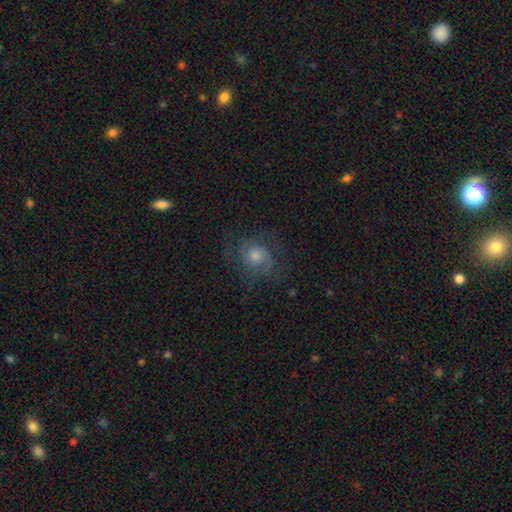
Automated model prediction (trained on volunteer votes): The model was most divided on "spiral winding": medium: 46%, tight: 39%, loose: 15%. More confident: edge-on disk — no (97%); spiral arms — yes (91%); bar — no (74%); merging — none (70%); smooth or featured — featured or disk (69%); spiral arm count — 2 (54%); bulge size — moderate (53%).